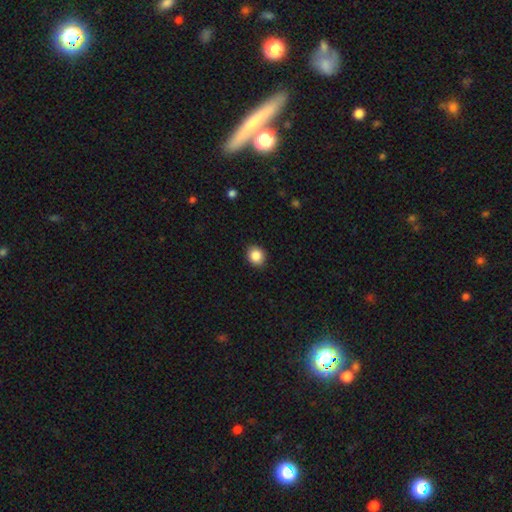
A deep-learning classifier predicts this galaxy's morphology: Smooth or featured: smooth — 86% (star or artifact — 9%)
How rounded: round — 66% (in between — 33%)
Merging: none — 90% (minor disturbance — 7%)